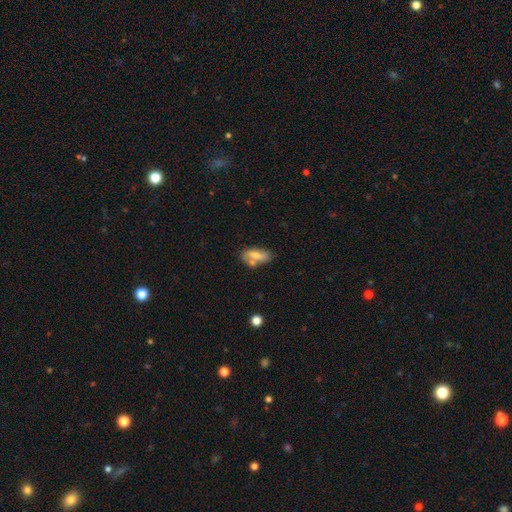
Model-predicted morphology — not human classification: A smooth galaxy with no disk features (69%) that is in between round and cigar-shaped (76%). Merging: none (55%).